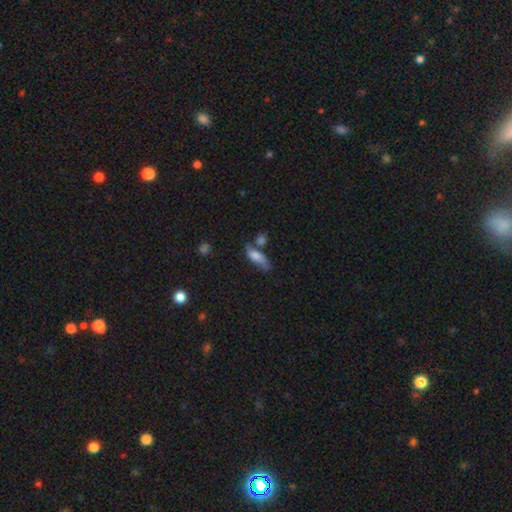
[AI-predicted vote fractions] Smooth or featured? Predicted: smooth (p=0.63). How rounded? Predicted: in between (p=0.62). Merging? Predicted: none (p=0.44).